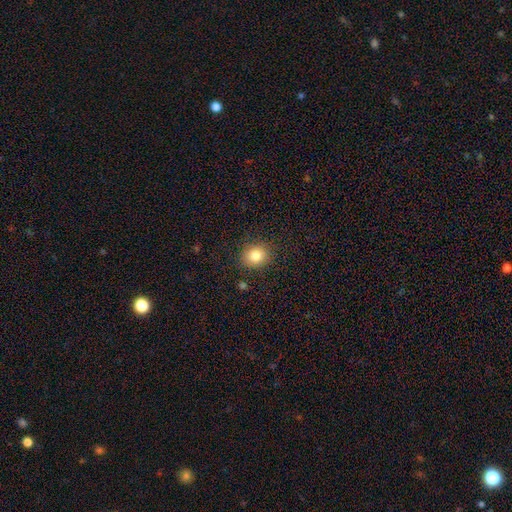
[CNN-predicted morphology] Smooth or featured? smooth (84%)
How rounded? round (72%)
Merging? none (86%)